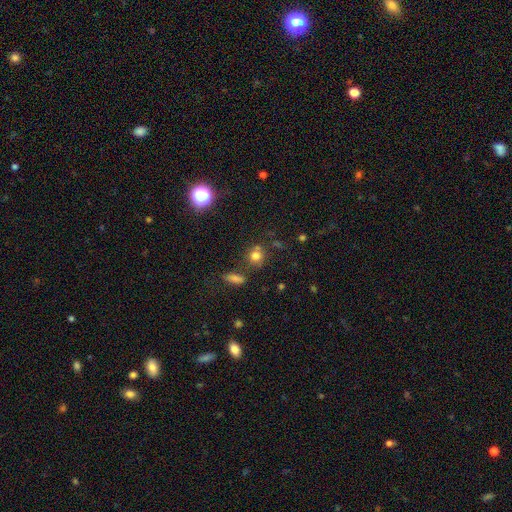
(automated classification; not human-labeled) Overall: smooth (74%). How rounded: round (80%). Merging: none (67%).